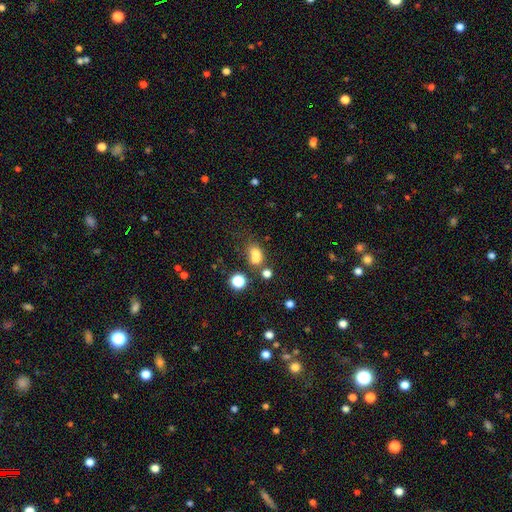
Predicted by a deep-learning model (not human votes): This appears to be a smooth galaxy with no disk features (69%) that is round (52%). Merging: merger (46%).